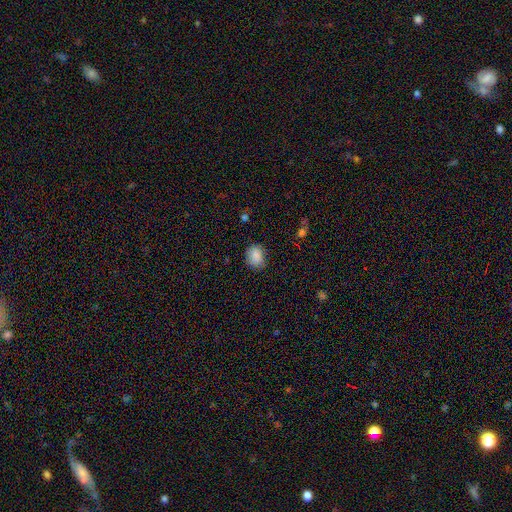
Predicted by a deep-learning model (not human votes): smooth 87%, star or artifact 8%, featured or disk 5%. Down the decision tree: how rounded — in between (51%); merging — none (79%).